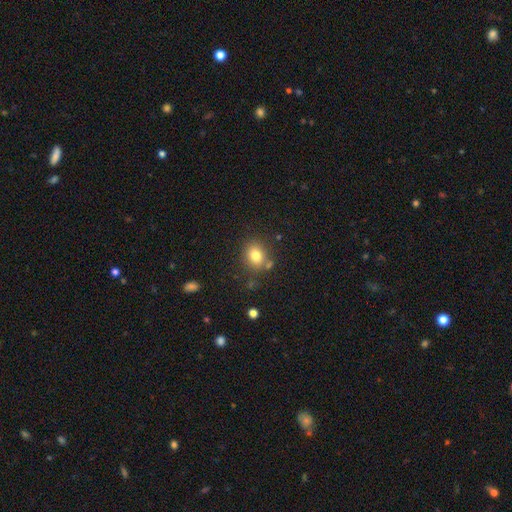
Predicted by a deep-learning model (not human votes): Smooth or featured? smooth (79%)
How rounded? round (52%)
Merging? none (74%)